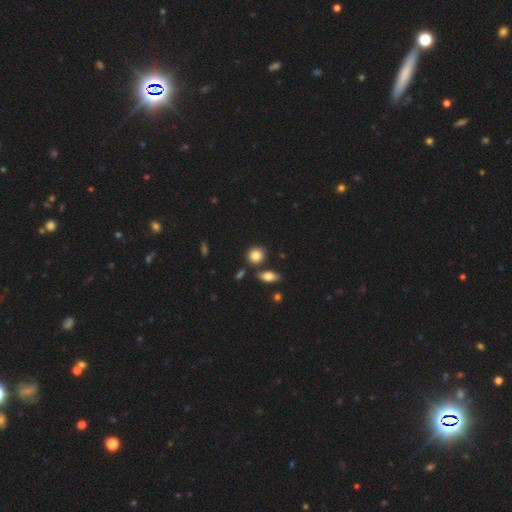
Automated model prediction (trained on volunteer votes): Q: Smooth or featured?
A: smooth (83%); runner-up: star or artifact (9%)
Q: How rounded?
A: round (71%); runner-up: in between (27%)
Q: Merging?
A: none (75%); runner-up: merger (11%)